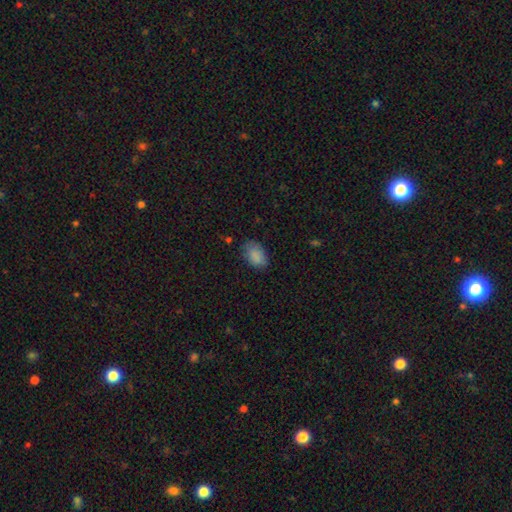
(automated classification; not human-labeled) Smooth or featured? Predicted: smooth (p=0.85). How rounded? Predicted: in between (p=0.86). Merging? Predicted: none (p=0.67).